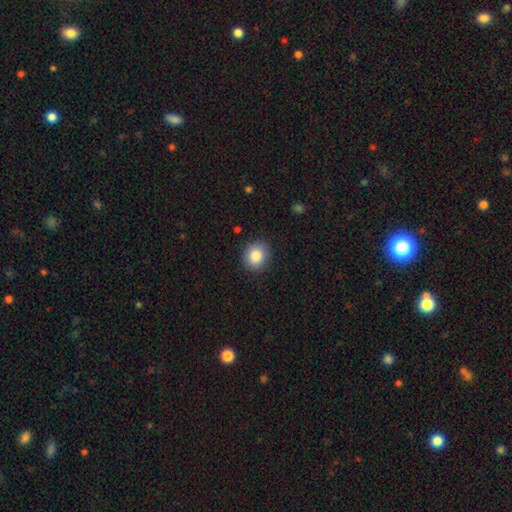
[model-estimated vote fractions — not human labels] Overall: smooth (86%). How rounded: round (80%). Merging: none (89%).